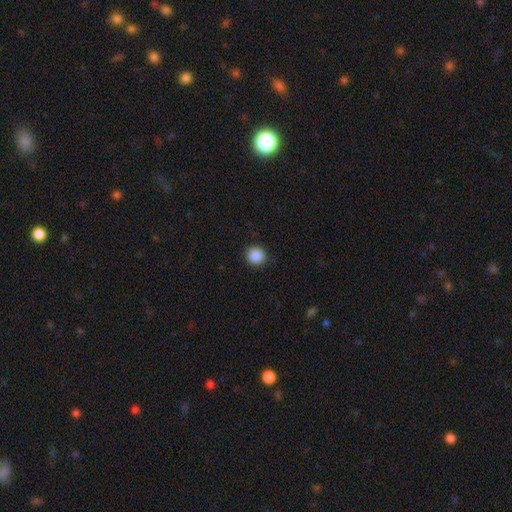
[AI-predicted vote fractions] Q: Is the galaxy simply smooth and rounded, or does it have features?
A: smooth — 88%.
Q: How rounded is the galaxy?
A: round — 94%.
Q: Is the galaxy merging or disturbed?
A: none — 92%.